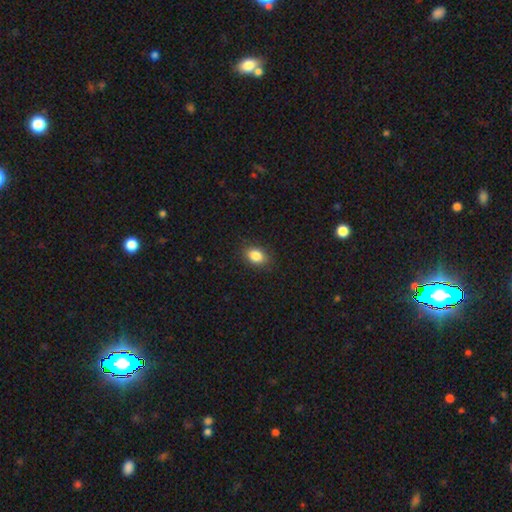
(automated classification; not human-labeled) Smooth or featured? Predicted: smooth (p=0.85). How rounded? Predicted: in between (p=0.72). Merging? Predicted: none (p=0.87).